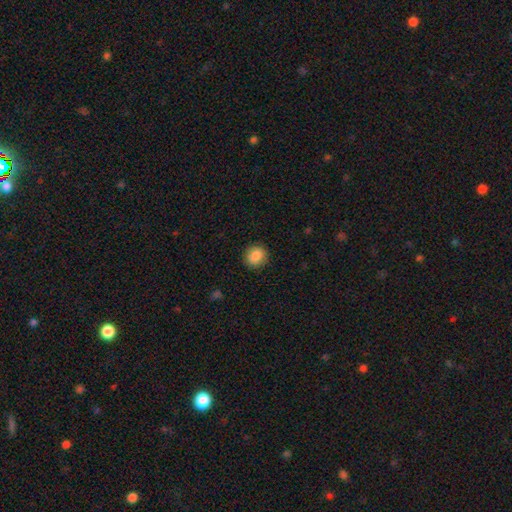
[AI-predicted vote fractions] Overall: smooth (87%). How rounded: round (72%). Merging: none (88%).